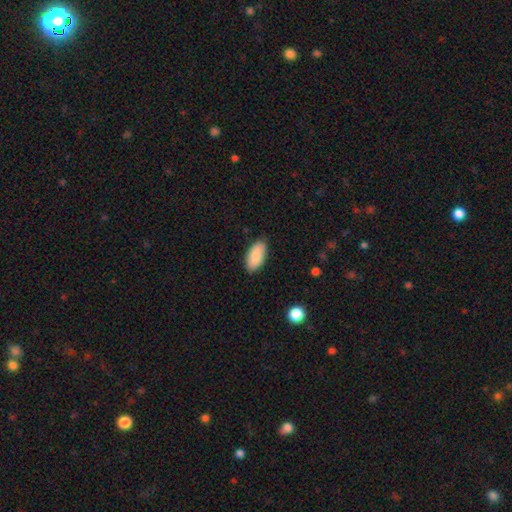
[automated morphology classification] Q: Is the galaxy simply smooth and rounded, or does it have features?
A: smooth — 87%.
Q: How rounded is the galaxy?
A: in between — 93%.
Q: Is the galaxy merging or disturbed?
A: none — 85%.